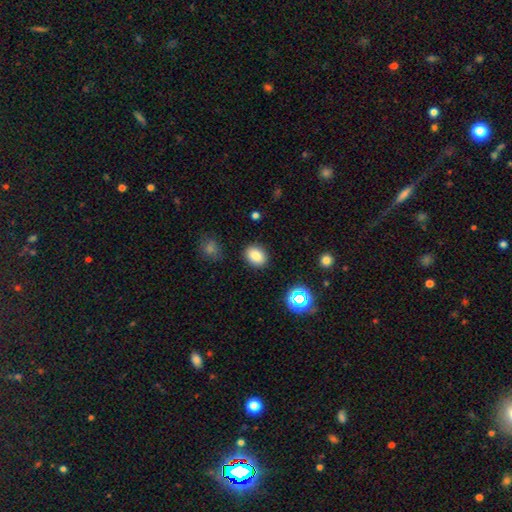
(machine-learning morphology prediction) Q: Smooth or featured?
A: smooth (83%); runner-up: star or artifact (11%)
Q: How rounded?
A: in between (63%); runner-up: round (36%)
Q: Merging?
A: none (87%); runner-up: minor disturbance (8%)